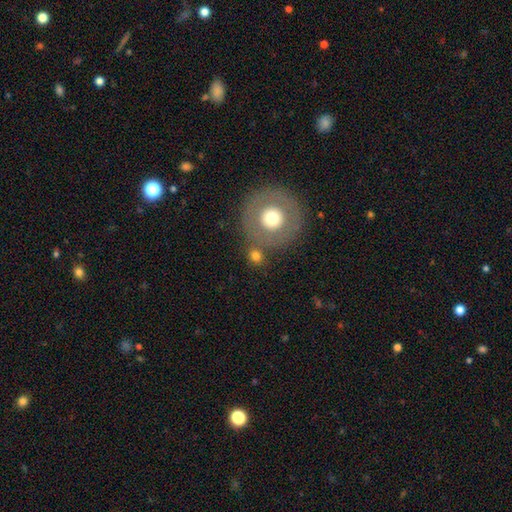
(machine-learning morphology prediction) Q: Smooth or featured?
A: smooth (67%); runner-up: featured or disk (23%)
Q: How rounded?
A: round (90%); runner-up: in between (9%)
Q: Merging?
A: none (70%); runner-up: merger (15%)